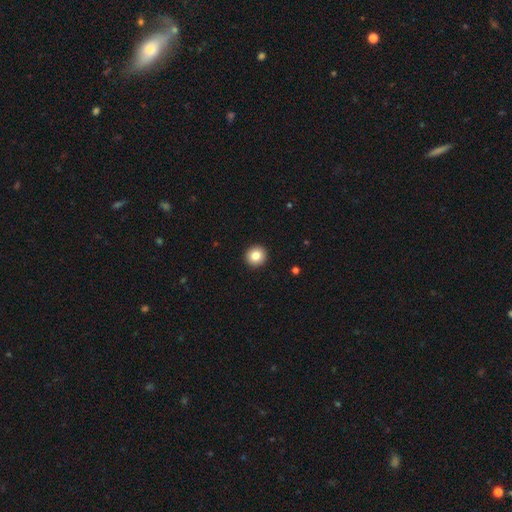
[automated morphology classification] Smooth or featured? smooth (83%)
How rounded? round (94%)
Merging? none (94%)